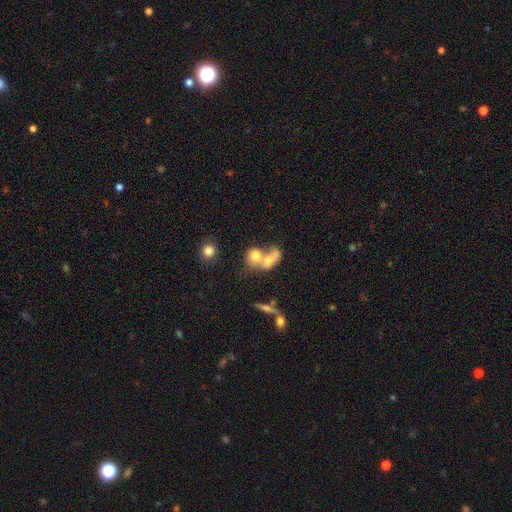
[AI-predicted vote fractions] Morphology: type=smooth (67%); roundness=round (58%); merging=merger (66%).